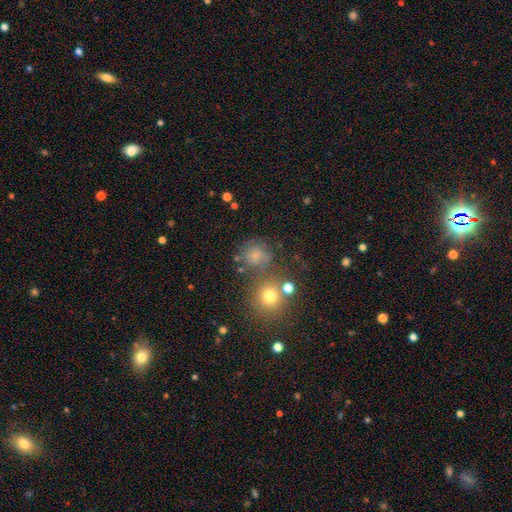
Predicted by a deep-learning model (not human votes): A smooth galaxy with no disk features (65%) that is round (82%).

Vote fractions:
- Smooth or featured? smooth: 65% / star or artifact: 20% / featured or disk: 15%
- How rounded? round: 82% / in between: 17% / cigar-shaped: 1%
- Merging? none: 58% / minor disturbance: 16% / merger: 16% / major disturbance: 10%